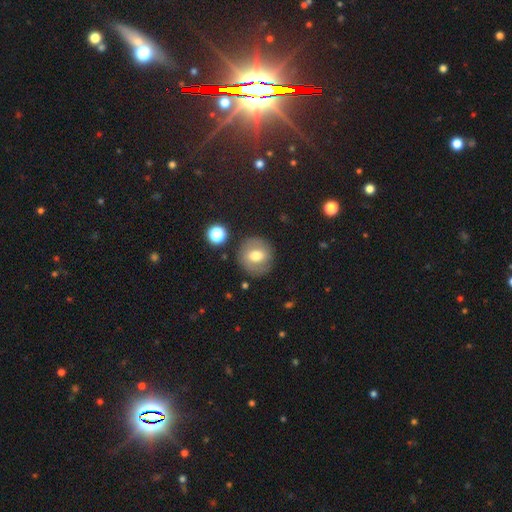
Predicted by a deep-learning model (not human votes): Smooth or featured?
  - smooth: 60% *
  - featured or disk: 30%
  - star or artifact: 10%
How rounded?
  - round: 86% *
  - in between: 13%
  - cigar-shaped: 1%
Merging?
  - none: 83% *
  - minor disturbance: 11%
  - major disturbance: 4%
  - merger: 2%